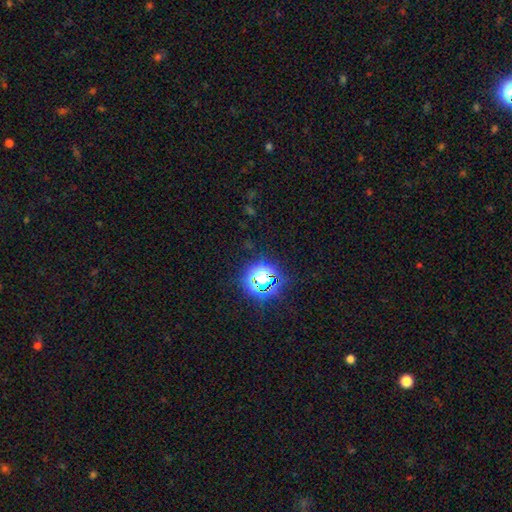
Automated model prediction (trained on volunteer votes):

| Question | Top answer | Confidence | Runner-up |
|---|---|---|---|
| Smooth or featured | star or artifact | 79% | smooth (15%) |